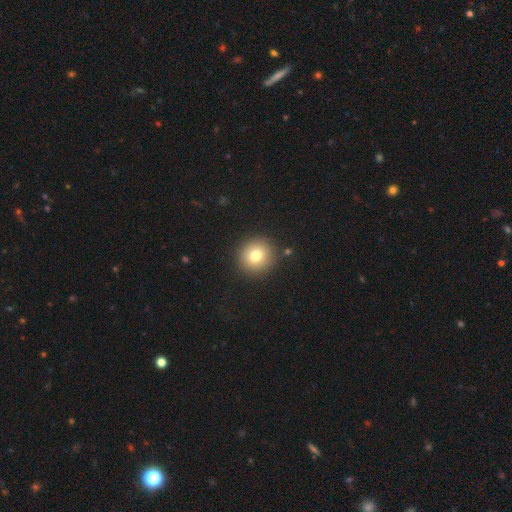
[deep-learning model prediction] Smooth or featured? Predicted: smooth (p=0.77). How rounded? Predicted: round (p=0.93). Merging? Predicted: none (p=0.90).